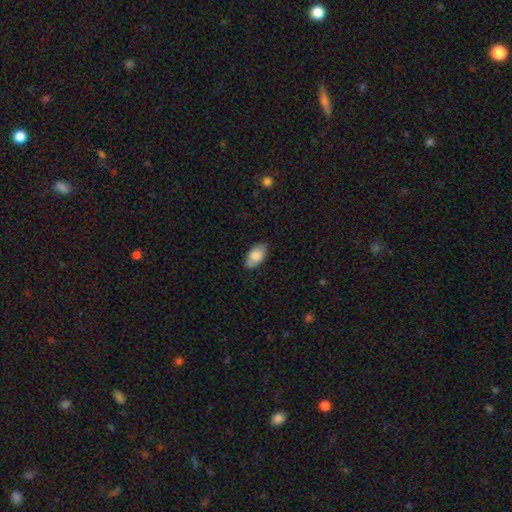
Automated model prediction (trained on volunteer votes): Overall: smooth (86%). How rounded: in between (94%). Merging: none (84%).